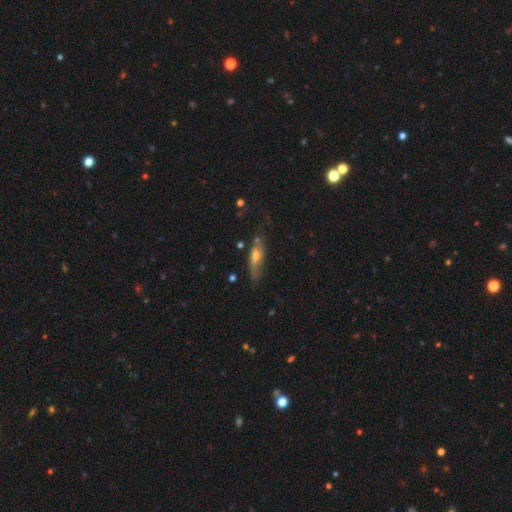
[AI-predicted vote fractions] smooth-or-featured: smooth: 50% | featured or disk: 41% | star or artifact: 8%
  how-rounded: in between: 50% | cigar-shaped: 47% | round: 3%
  merging: none: 54% | minor disturbance: 27% | major disturbance: 14% | merger: 5%